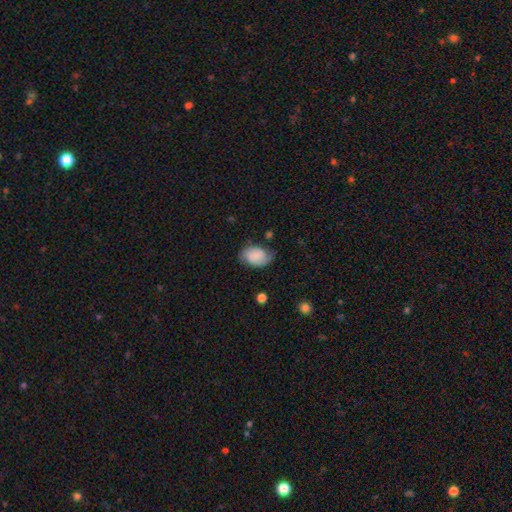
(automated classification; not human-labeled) Smooth or featured?
  - smooth: 69% *
  - featured or disk: 23%
  - star or artifact: 8%
How rounded?
  - in between: 84% *
  - round: 14%
  - cigar-shaped: 1%
Merging?
  - none: 58% *
  - minor disturbance: 30%
  - major disturbance: 10%
  - merger: 2%